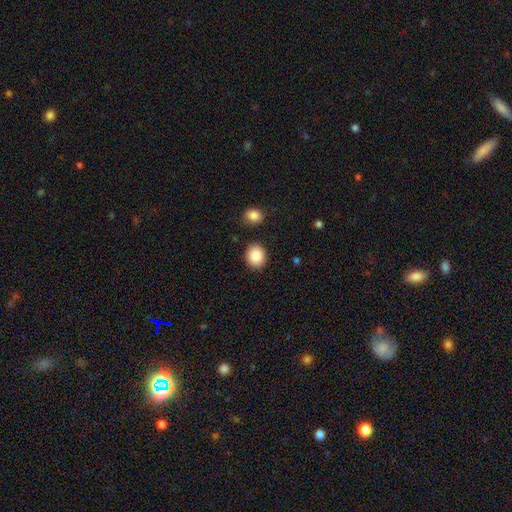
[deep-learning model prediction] The model was most divided on "how rounded": round: 69%, in between: 30%, cigar-shaped: 1%. More confident: smooth or featured — smooth (89%); merging — none (87%).